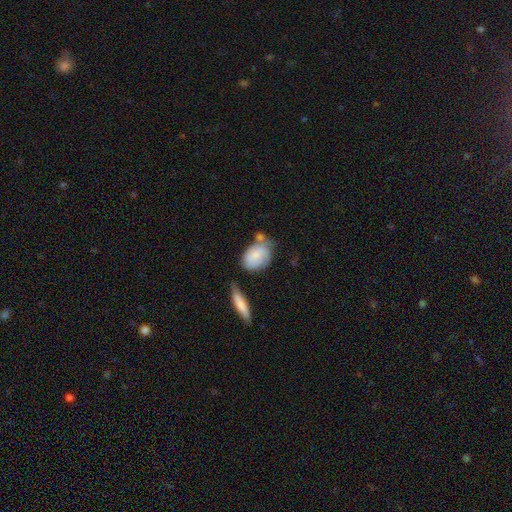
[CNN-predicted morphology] Smooth or featured: smooth — 60% (featured or disk — 33%)
How rounded: in between — 80% (round — 18%)
Merging: none — 43% (minor disturbance — 26%)